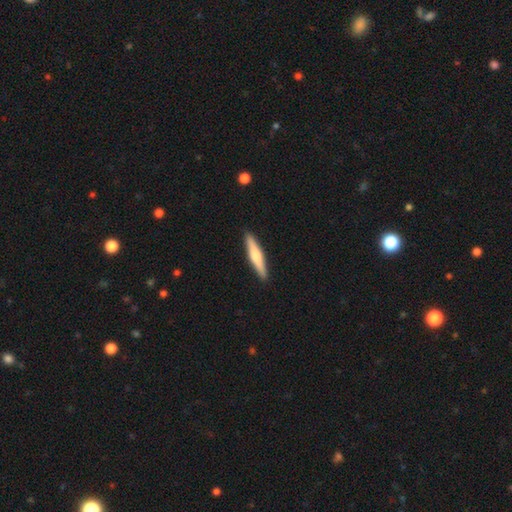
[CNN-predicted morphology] Smooth or featured? Predicted: smooth (p=0.52). How rounded? Predicted: cigar-shaped (p=0.90). Merging? Predicted: none (p=0.91).